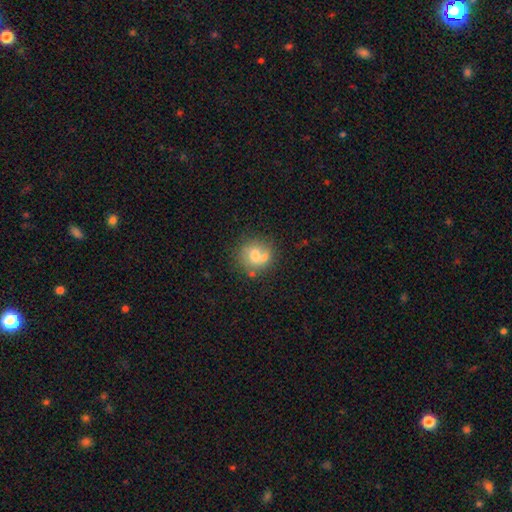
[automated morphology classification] smooth_or_featured: smooth (p=0.65) [alt: featured or disk p=0.25]
how_rounded: round (p=0.84) [alt: in between p=0.16]
merging: none (p=0.52) [alt: merger p=0.31]